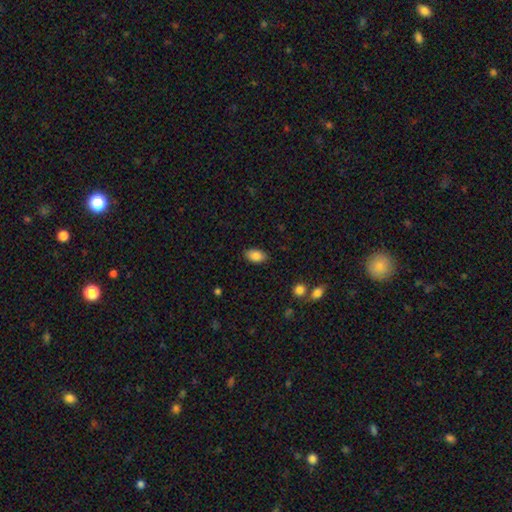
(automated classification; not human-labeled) Smooth or featured: smooth — 87% (star or artifact — 8%)
How rounded: in between — 92% (round — 7%)
Merging: none — 85% (minor disturbance — 11%)